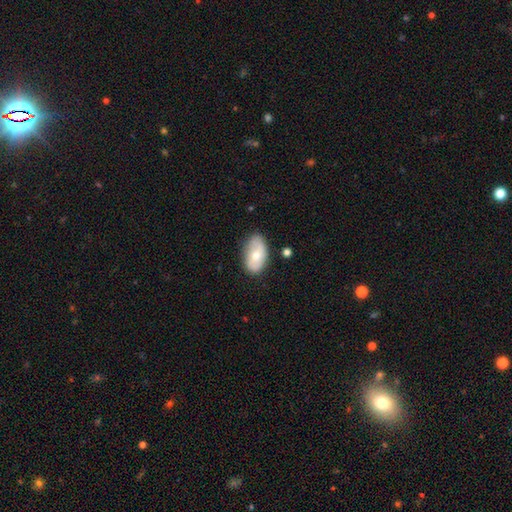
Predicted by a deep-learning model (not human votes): This appears to be a smooth galaxy with no disk features (60%) that is in between round and cigar-shaped (92%). Merging: none (71%).